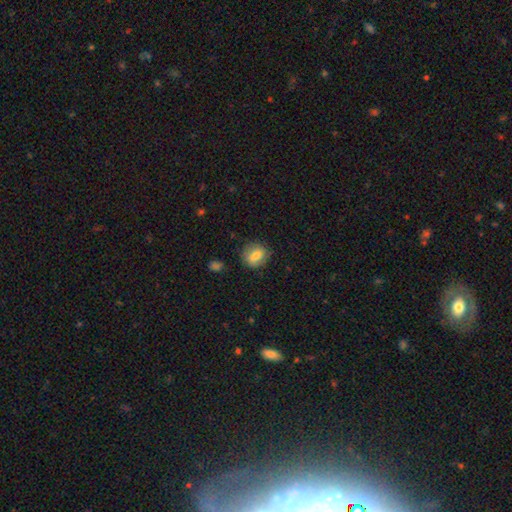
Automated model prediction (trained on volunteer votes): Overall: smooth (77%). How rounded: round (62%; in between 37%). Merging: none (79%).